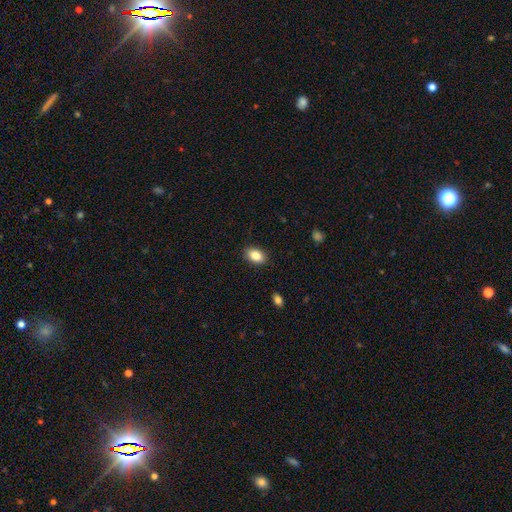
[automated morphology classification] Overall: smooth (85%). How rounded: in between (87%). Merging: none (88%).